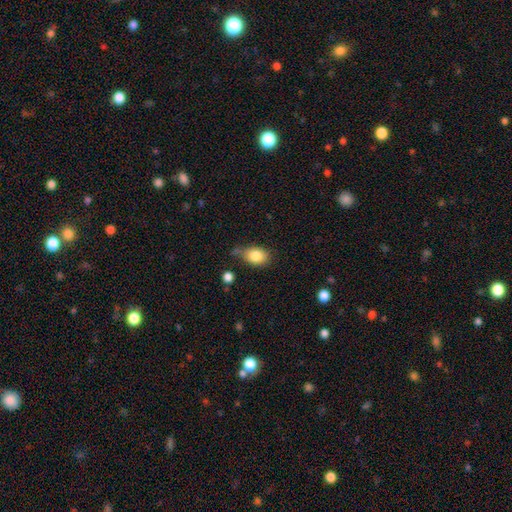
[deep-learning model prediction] A smooth galaxy with no disk features (83%) that is in between round and cigar-shaped (72%).

Vote fractions:
- Smooth or featured? smooth: 83% / featured or disk: 9% / star or artifact: 9%
- How rounded? in between: 72% / round: 27% / cigar-shaped: 2%
- Merging? none: 53% / minor disturbance: 30% / major disturbance: 9% / merger: 7%